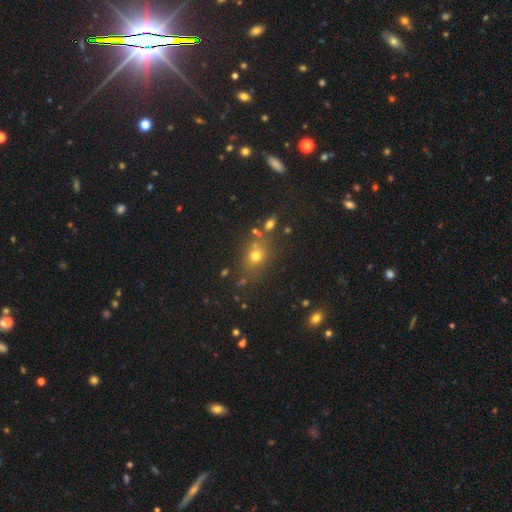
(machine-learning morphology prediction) A smooth galaxy with no disk features (64%) that is round (61%).

Vote fractions:
- Smooth or featured? smooth: 64% / star or artifact: 24% / featured or disk: 13%
- How rounded? round: 61% / in between: 37% / cigar-shaped: 2%
- Merging? none: 71% / minor disturbance: 13% / merger: 11% / major disturbance: 5%